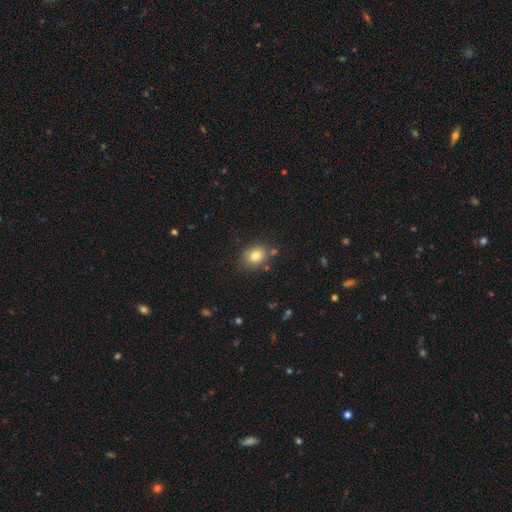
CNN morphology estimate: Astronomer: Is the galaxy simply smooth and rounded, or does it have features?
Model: smooth — 80%.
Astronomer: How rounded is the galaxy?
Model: round — 53% (runner-up: in between, 46%).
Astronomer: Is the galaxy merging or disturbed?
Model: none — 76%.